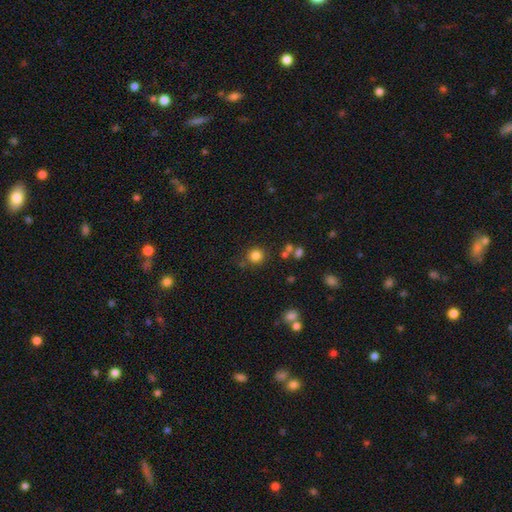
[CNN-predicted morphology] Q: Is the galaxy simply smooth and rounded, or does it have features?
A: smooth — 82%.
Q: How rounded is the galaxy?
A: round — 91%.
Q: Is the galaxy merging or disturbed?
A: none — 78%.